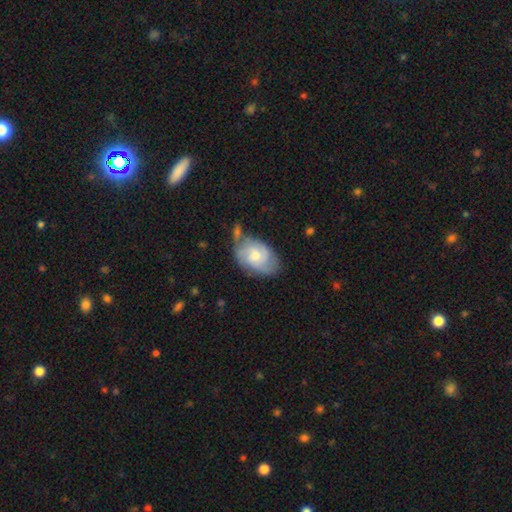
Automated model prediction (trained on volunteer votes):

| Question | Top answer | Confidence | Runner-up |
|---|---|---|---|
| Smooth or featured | featured or disk | 61% | smooth (33%) |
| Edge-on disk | no | 96% | yes (4%) |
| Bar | no | 65% | weak (32%) |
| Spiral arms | yes | 88% | no (12%) |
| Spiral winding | tight | 45% | medium (41%) |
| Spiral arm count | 2 | 32% | can't tell (31%) |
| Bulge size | moderate | 55% | small (34%) |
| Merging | none | 53% | minor disturbance (26%) |